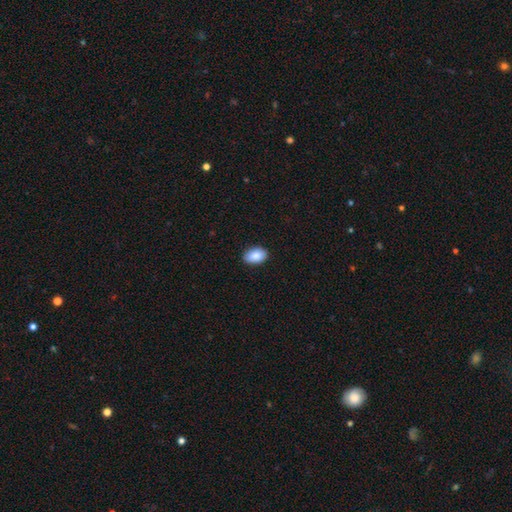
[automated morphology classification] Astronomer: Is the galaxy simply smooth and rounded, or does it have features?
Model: smooth — 88%.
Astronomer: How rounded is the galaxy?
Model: in between — 89%.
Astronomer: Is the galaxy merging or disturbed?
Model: none — 88%.